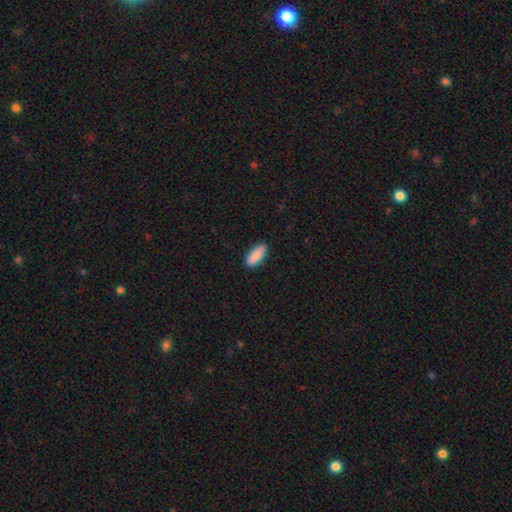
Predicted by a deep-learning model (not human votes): A smooth galaxy with no disk features (89%) that is in between round and cigar-shaped (80%). Merging: none (89%).